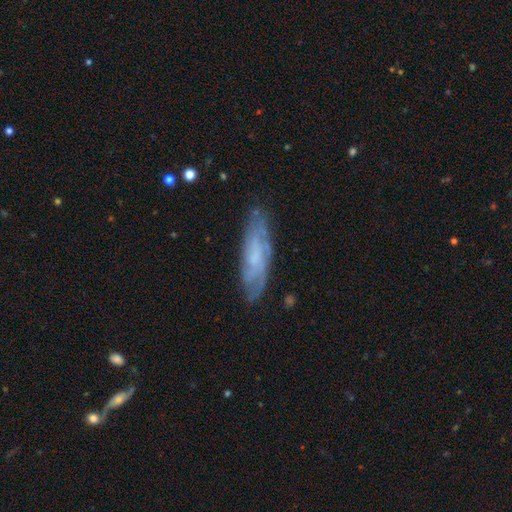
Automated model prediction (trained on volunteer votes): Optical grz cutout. It shows a featured or disk galaxy (63%). Merging: none (77%).